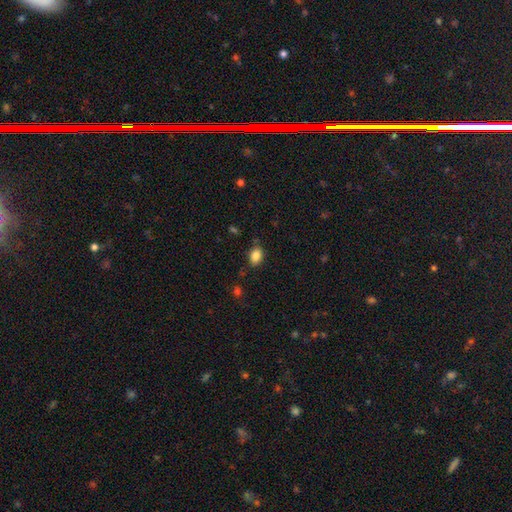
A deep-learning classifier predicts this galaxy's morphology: Smooth or featured? smooth (85%)
How rounded? in between (77%)
Merging? none (80%)